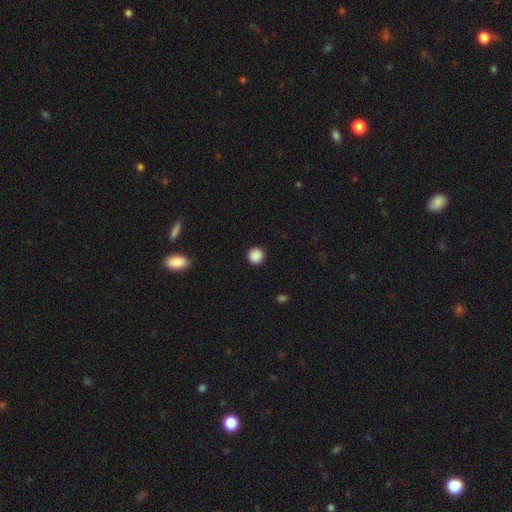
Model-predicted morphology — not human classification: smooth_or_featured: smooth (p=0.88) [alt: star or artifact p=0.10]
how_rounded: round (p=0.94) [alt: in between p=0.05]
merging: none (p=0.92) [alt: minor disturbance p=0.05]